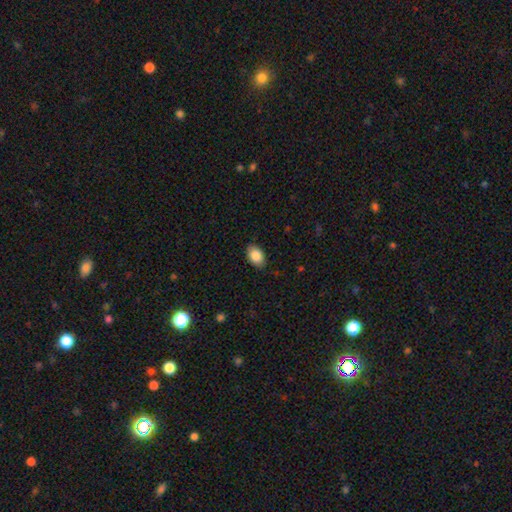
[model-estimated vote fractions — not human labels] Overall: smooth (86%). How rounded: in between (86%). Merging: none (85%).